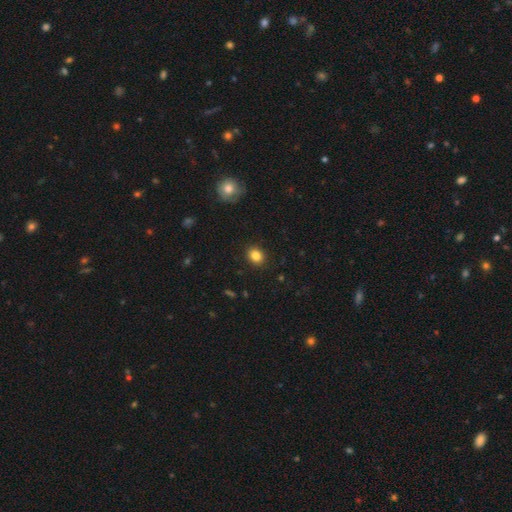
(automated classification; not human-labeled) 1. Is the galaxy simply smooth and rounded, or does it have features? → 84% smooth, 10% star or artifact, 6% featured or disk.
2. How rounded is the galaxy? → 60% round, 39% in between, 1% cigar-shaped.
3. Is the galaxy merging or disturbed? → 90% none, 7% minor disturbance, 2% major disturbance, 1% merger.